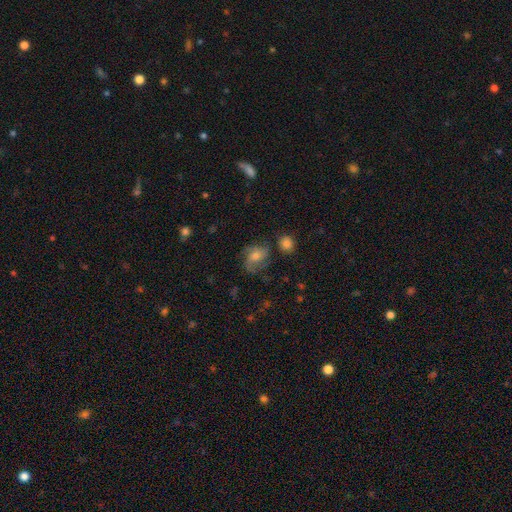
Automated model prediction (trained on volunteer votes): A featured or disk galaxy (61%) with no bar (60%), 2 (45%) medium (50%) spiral arms (90%) and a moderate central bulge (56%). Merging: none (62%).